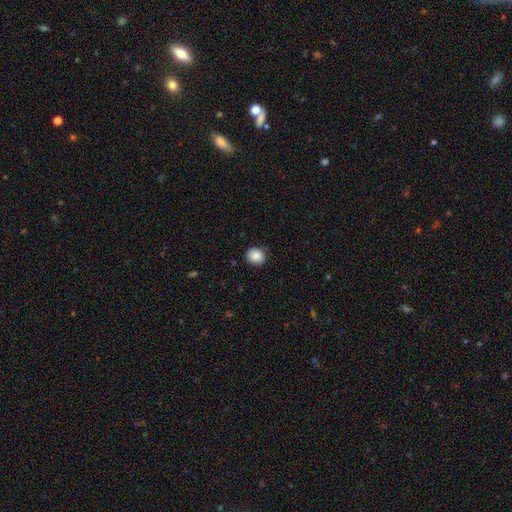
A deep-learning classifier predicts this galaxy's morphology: This appears to be a smooth galaxy with no disk features (88%) that is round (83%). Merging: none (87%).